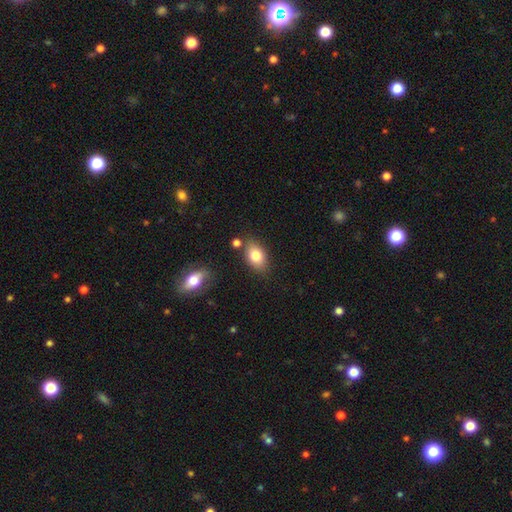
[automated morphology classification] Smooth or featured? Predicted: smooth (p=0.79). How rounded? Predicted: in between (p=0.85). Merging? Predicted: none (p=0.76).